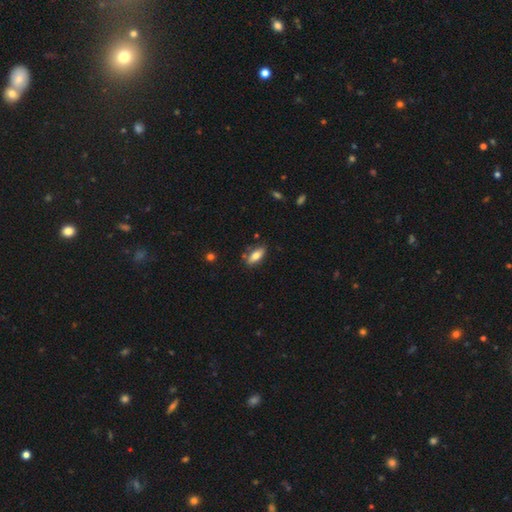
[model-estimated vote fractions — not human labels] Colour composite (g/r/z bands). It shows a smooth galaxy with no disk features (73%) that is in between round and cigar-shaped (76%). Merging: none (76%).